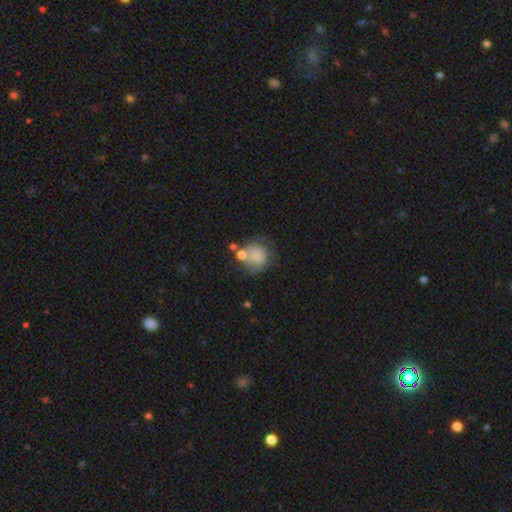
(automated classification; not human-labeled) smooth_or_featured: smooth (p=0.65) [alt: featured or disk p=0.25]
how_rounded: round (p=0.78) [alt: in between p=0.21]
merging: none (p=0.42) [alt: minor disturbance p=0.23]